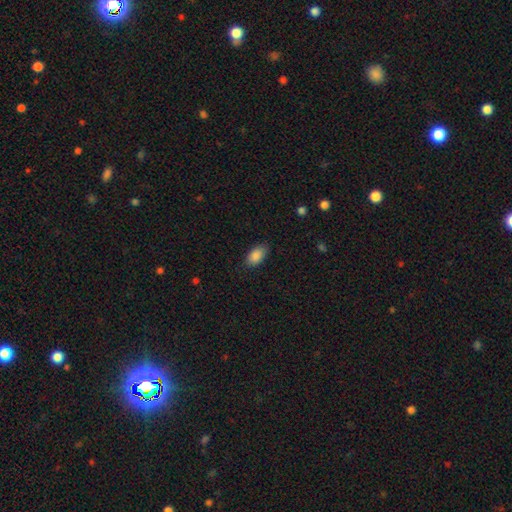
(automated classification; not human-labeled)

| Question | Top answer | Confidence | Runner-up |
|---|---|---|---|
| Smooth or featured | smooth | 88% | star or artifact (7%) |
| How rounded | in between | 92% | round (5%) |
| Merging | none | 82% | minor disturbance (14%) |